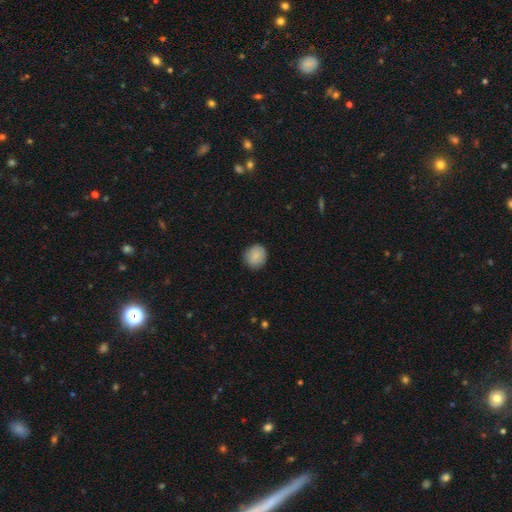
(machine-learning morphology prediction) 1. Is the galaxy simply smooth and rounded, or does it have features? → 87% smooth, 8% star or artifact, 5% featured or disk.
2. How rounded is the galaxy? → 84% round, 15% in between, 1% cigar-shaped.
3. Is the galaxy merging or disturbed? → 87% none, 9% minor disturbance, 2% major disturbance, 1% merger.